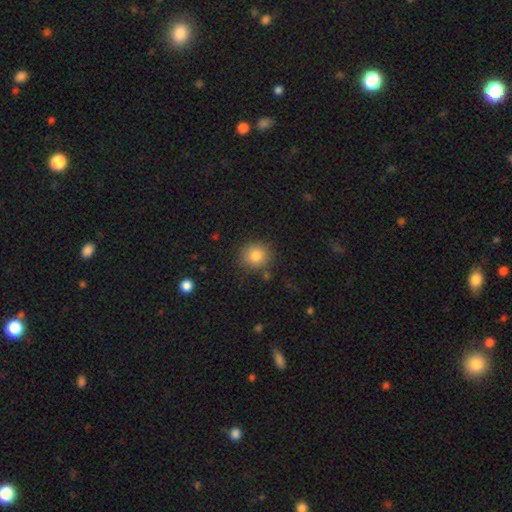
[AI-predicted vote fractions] The model was most divided on "smooth or featured": smooth: 82%, star or artifact: 10%, featured or disk: 8%. More confident: how rounded — round (87%); merging — none (83%).